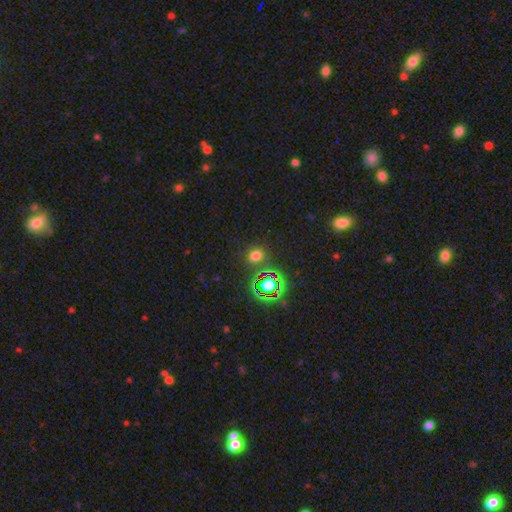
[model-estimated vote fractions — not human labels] This is possibly a smooth galaxy (60%). How rounded: likely round (66%). Merging: clearly none (80%).